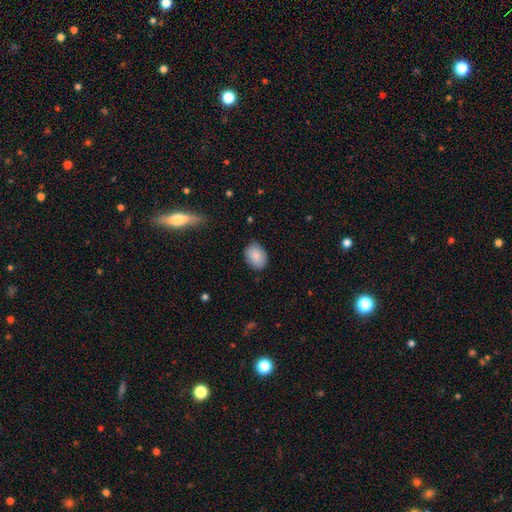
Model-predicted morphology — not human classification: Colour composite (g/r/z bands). It shows a smooth galaxy with no disk features (88%) that is in between round and cigar-shaped (73%). Merging: none (82%).